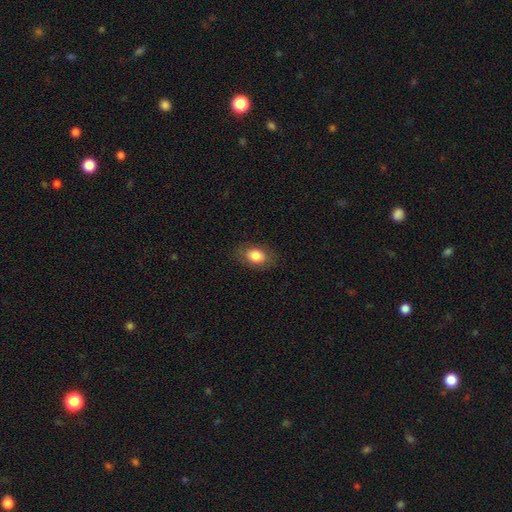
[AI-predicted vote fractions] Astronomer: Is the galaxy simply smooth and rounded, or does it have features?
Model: smooth — 83%.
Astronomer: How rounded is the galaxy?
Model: in between — 78%.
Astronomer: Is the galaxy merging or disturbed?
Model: none — 83%.